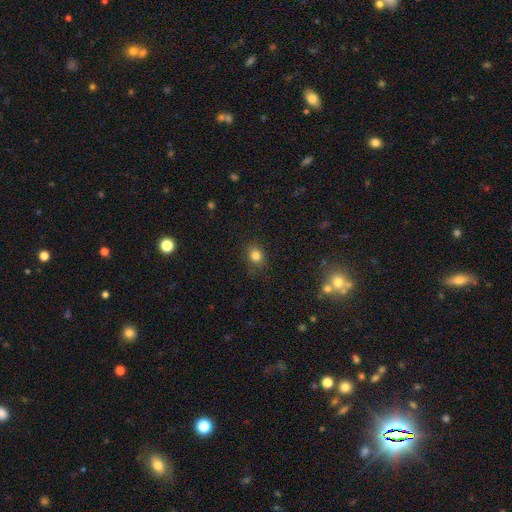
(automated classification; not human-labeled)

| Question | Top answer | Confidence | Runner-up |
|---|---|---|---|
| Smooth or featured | smooth | 81% | star or artifact (13%) |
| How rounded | round | 51% | in between (48%) |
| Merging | none | 83% | minor disturbance (12%) |